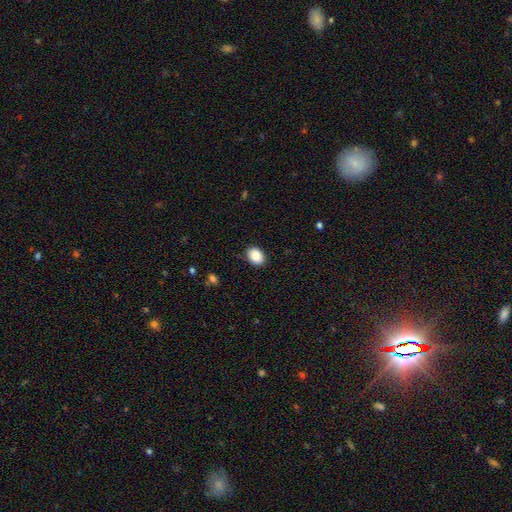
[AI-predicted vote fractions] Smooth or featured?
  - smooth: 86% *
  - star or artifact: 8%
  - featured or disk: 6%
How rounded?
  - in between: 68% *
  - round: 31%
  - cigar-shaped: 1%
Merging?
  - none: 88% *
  - minor disturbance: 9%
  - major disturbance: 2%
  - merger: 1%